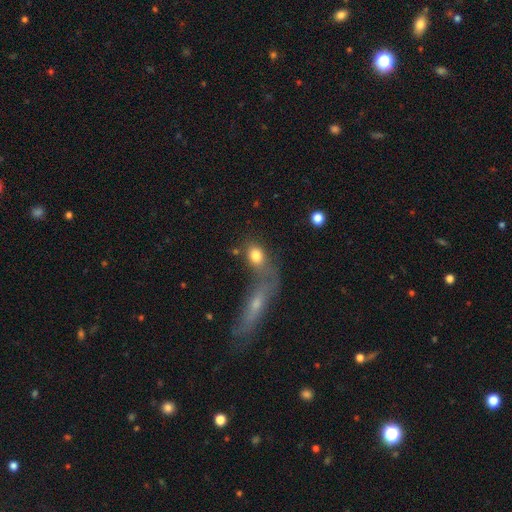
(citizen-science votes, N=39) This is likely a smooth galaxy (77%). How rounded: possibly in between (50%). Merging: likely merger (65%).